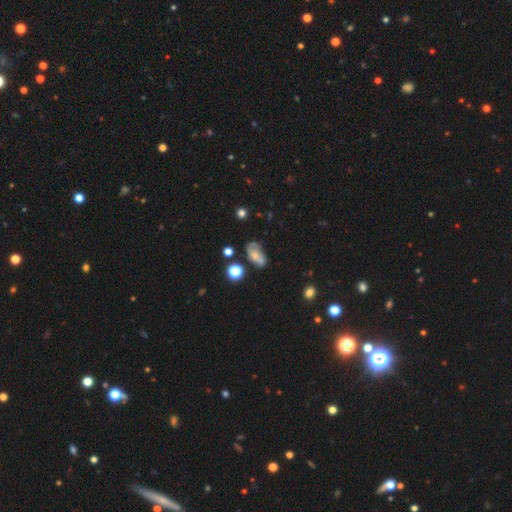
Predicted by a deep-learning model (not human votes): Q: Smooth or featured?
A: smooth (45%); runner-up: featured or disk (41%)
Q: Merging?
A: none (42%); runner-up: minor disturbance (24%)